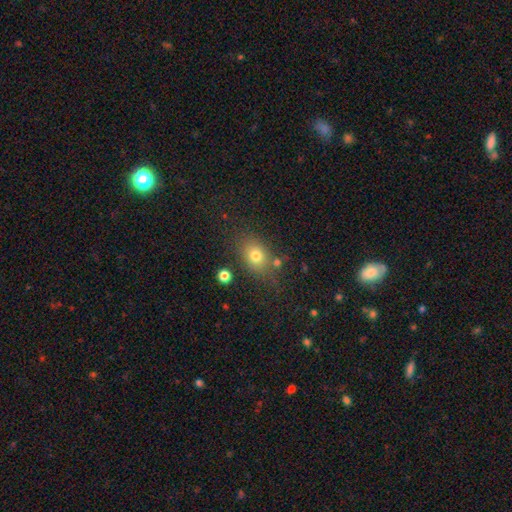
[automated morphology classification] The model was most divided on "how rounded": in between: 59%, round: 39%, cigar-shaped: 2%. More confident: smooth or featured — smooth (76%); merging — none (72%).